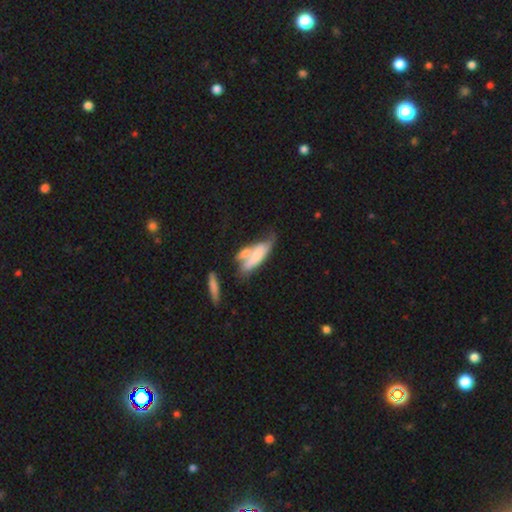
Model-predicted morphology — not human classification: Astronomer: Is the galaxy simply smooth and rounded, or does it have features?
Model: smooth — 60%.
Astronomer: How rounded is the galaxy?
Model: in between — 54% (runner-up: cigar-shaped, 43%).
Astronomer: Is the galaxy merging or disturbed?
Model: merger — 49%.